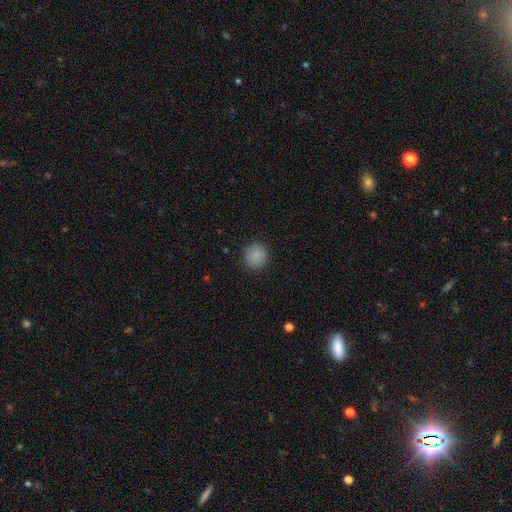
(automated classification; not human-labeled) Smooth or featured? smooth (88%)
How rounded? round (89%)
Merging? none (89%)